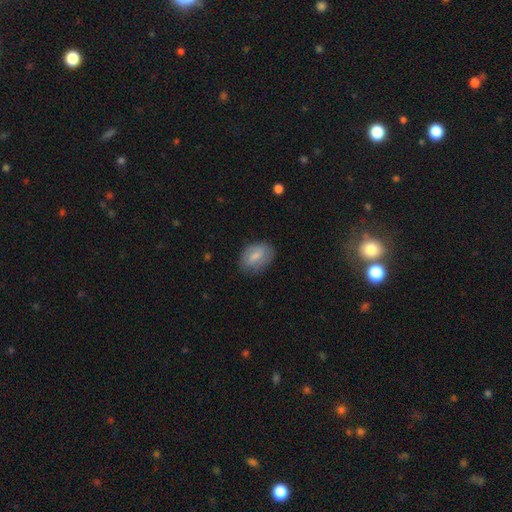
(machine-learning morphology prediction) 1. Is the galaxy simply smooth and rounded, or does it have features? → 70% smooth, 23% featured or disk, 7% star or artifact.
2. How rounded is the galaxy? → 81% in between, 17% round, 2% cigar-shaped.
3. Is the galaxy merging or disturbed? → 75% none, 19% minor disturbance, 5% major disturbance, 1% merger.